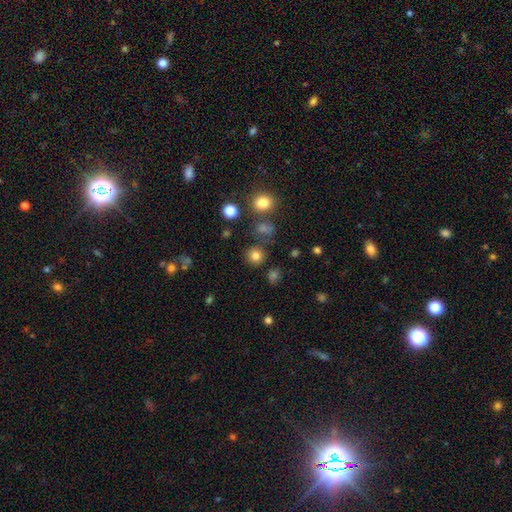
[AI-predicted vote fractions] This is clearly a smooth galaxy (80%). How rounded: clearly round (91%). Merging: clearly none (84%).